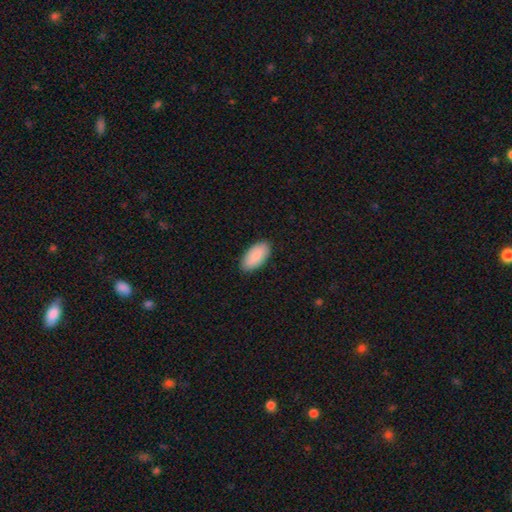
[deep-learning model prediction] This is clearly a smooth galaxy (90%). How rounded: clearly in between (94%). Merging: clearly none (89%).